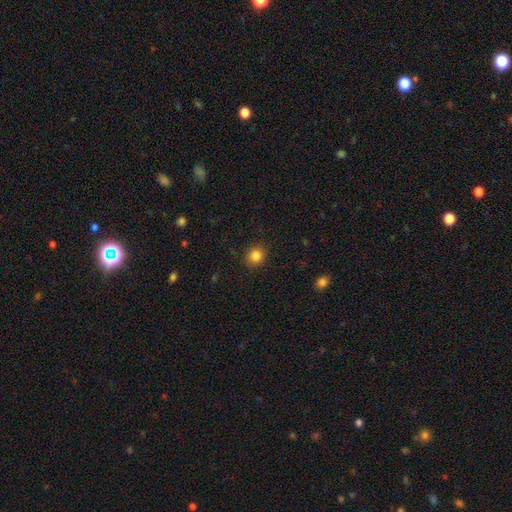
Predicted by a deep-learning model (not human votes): smooth 85%, star or artifact 11%, featured or disk 4%. Down the decision tree: how rounded — round (88%); merging — none (90%).